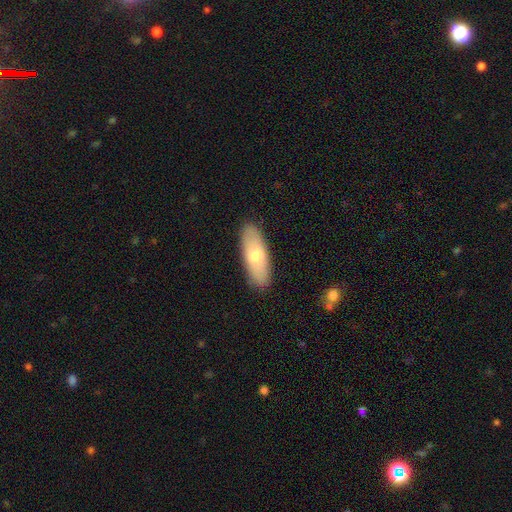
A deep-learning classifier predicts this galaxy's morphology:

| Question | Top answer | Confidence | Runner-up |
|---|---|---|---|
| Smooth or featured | smooth | 66% | featured or disk (29%) |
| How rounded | in between | 71% | cigar-shaped (27%) |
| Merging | none | 89% | minor disturbance (8%) |